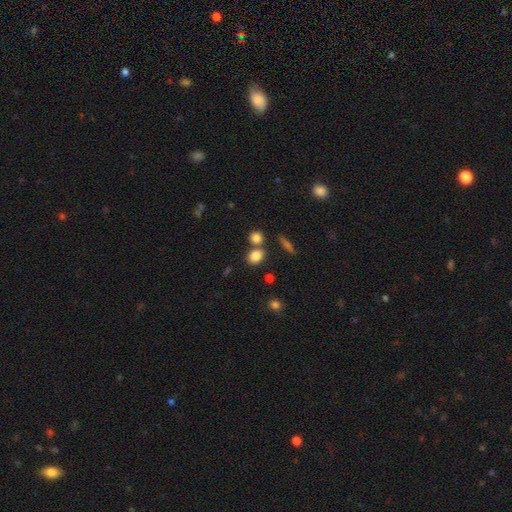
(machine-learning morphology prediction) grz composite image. It shows a smooth galaxy with no disk features (82%) that is in between round and cigar-shaped (51%). Merging: none (62%).